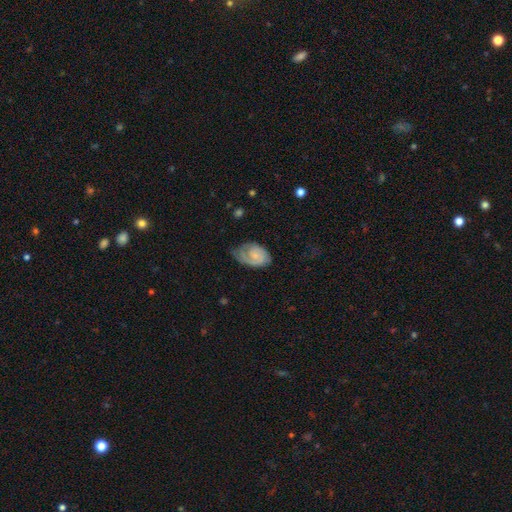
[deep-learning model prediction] Morphology: type=featured or disk (64%); edge-on=no (97%); bar=no (67%); spiral arms=yes (91%); winding=tight (56%); arm count=2 (45%); bulge=small (56%); merging=none (50%).